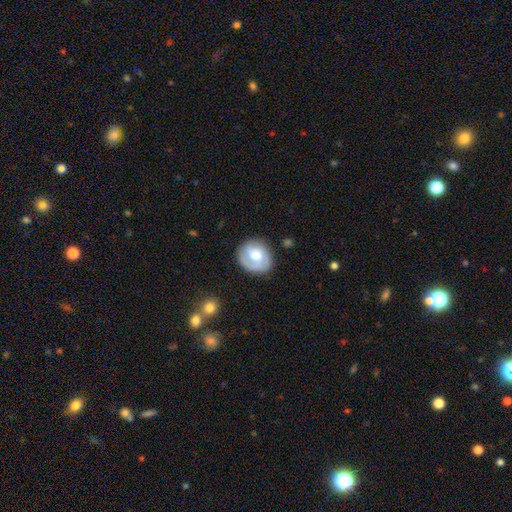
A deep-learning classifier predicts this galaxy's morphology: smooth 47%, featured or disk 46%, star or artifact 6%. Down the decision tree: merging — none (69%).